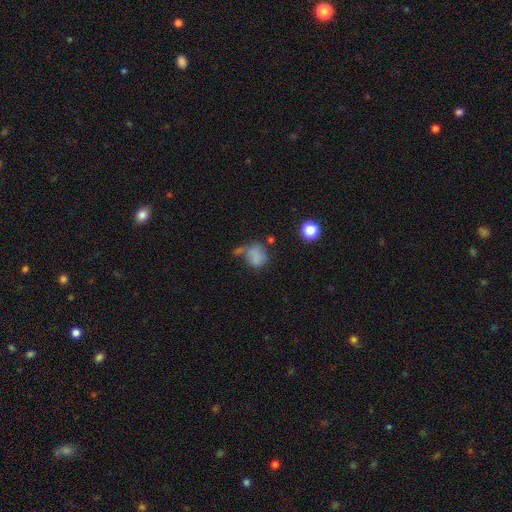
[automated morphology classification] smooth 72%, featured or disk 15%, star or artifact 13%. Down the decision tree: how rounded — round (54%); merging — none (36%).